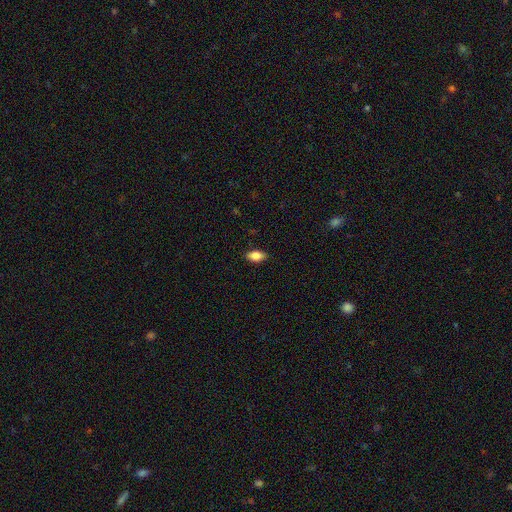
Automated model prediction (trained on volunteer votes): This is clearly a smooth galaxy (85%). How rounded: clearly in between (91%). Merging: clearly none (87%).